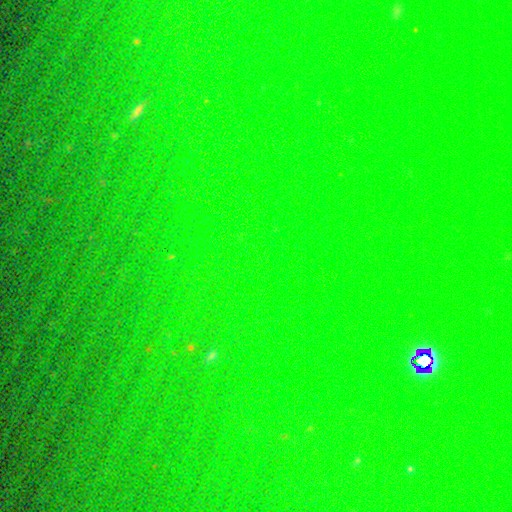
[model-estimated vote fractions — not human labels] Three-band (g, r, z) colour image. It shows a star or artifact, not a galaxy (79%).